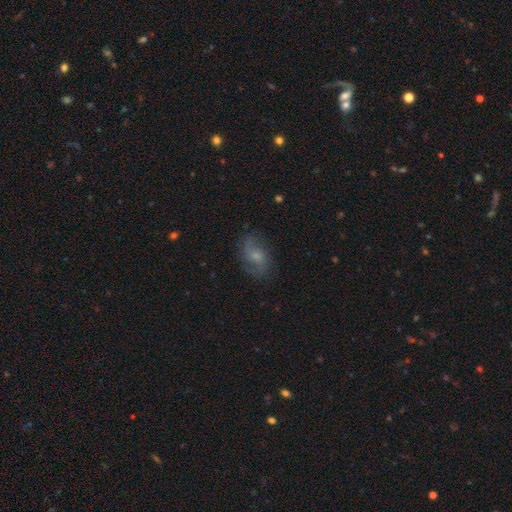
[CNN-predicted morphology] This appears to be a featured or disk galaxy (55%) with no bar (55%), spiral arms (84%) and a small central bulge (52%). Merging: none (72%).